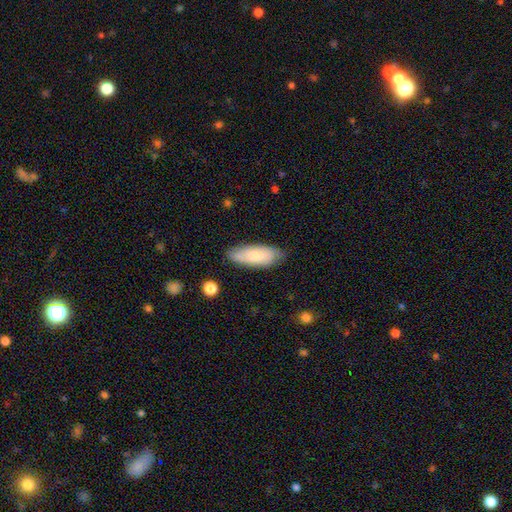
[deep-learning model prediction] Overall: smooth (76%). How rounded: in between (72%). Merging: none (78%).